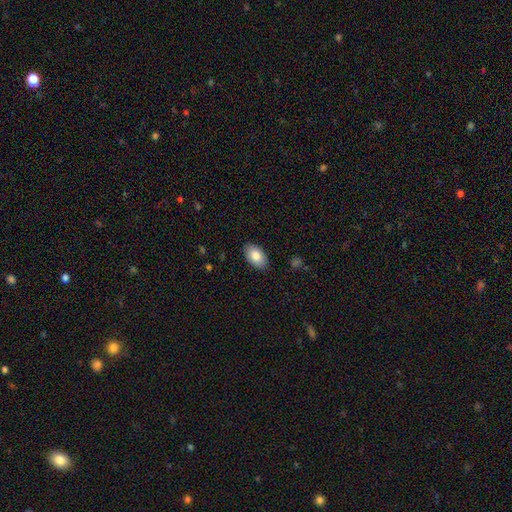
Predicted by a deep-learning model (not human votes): smooth 83%, featured or disk 10%, star or artifact 7%. Down the decision tree: how rounded — in between (93%); merging — none (87%).